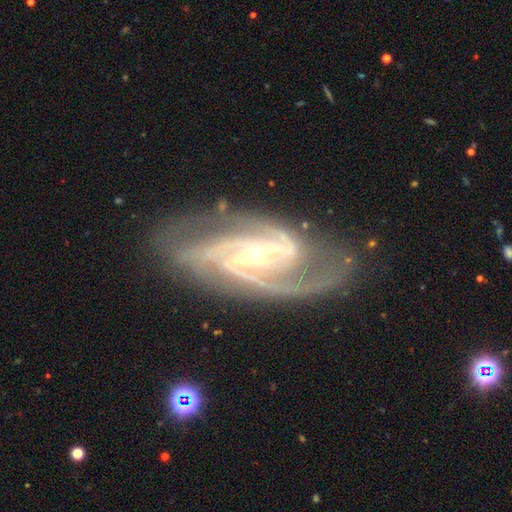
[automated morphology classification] This appears to be a featured or disk galaxy (92%) with a weak bar (37%), 3 (37%) medium (52%) spiral arms (98%) and a small central bulge (74%). Merging: none (74%).